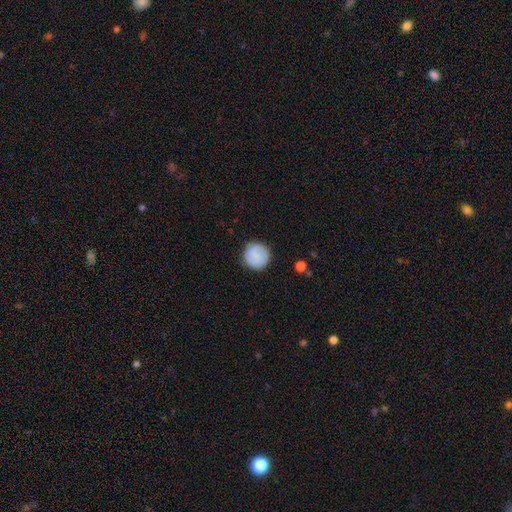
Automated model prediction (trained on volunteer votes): Overall: smooth (82%). How rounded: round (95%). Merging: none (87%).